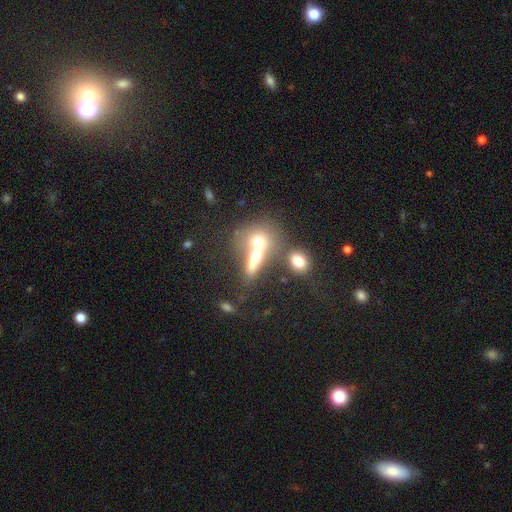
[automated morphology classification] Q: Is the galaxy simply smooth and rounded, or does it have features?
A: smooth — 55%.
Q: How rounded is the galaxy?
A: in between — 47%.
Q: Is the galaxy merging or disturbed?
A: merger — 62%.